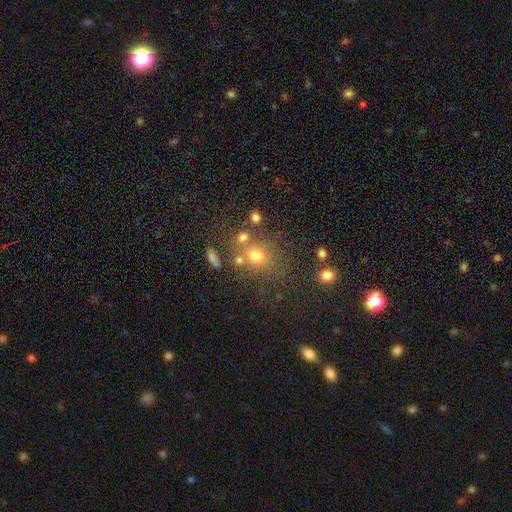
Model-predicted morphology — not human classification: Smooth or featured? Predicted: smooth (p=0.68). How rounded? Predicted: round (p=0.73). Merging? Predicted: none (p=0.60).